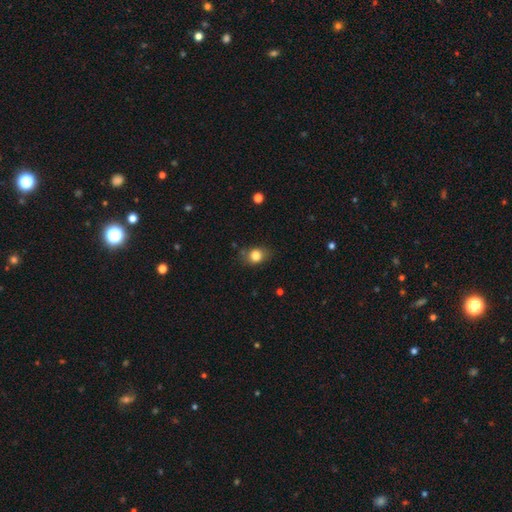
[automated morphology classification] A smooth galaxy with no disk features (81%) that is in between round and cigar-shaped (51%). Merging: none (74%).